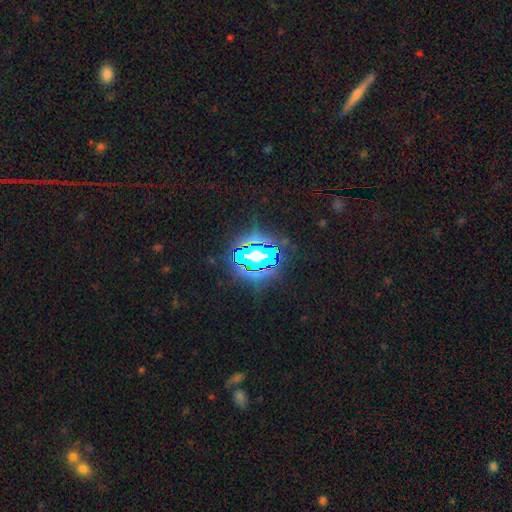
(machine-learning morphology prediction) Smooth or featured: star or artifact — 65% (smooth — 18%)